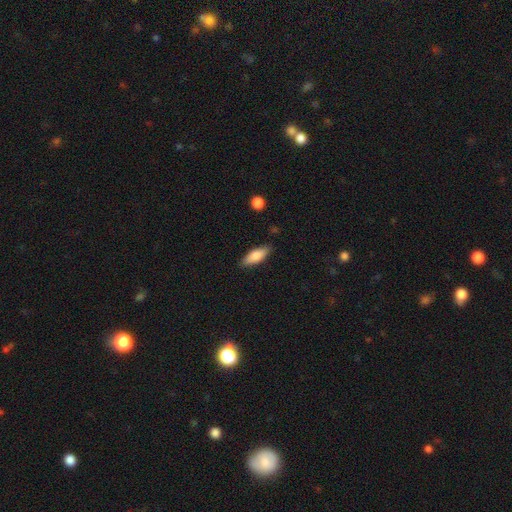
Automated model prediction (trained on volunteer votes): Overall: smooth (79%). How rounded: in between (67%; cigar-shaped 31%). Merging: none (84%).